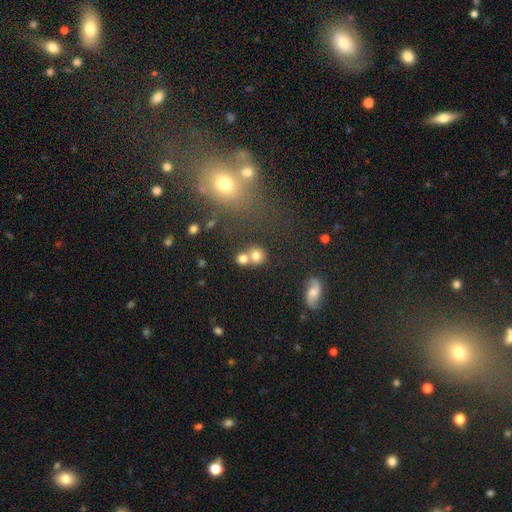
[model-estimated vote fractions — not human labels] Smooth or featured: smooth — 75% (star or artifact — 12%)
How rounded: round — 84% (in between — 15%)
Merging: none — 48% (merger — 41%)